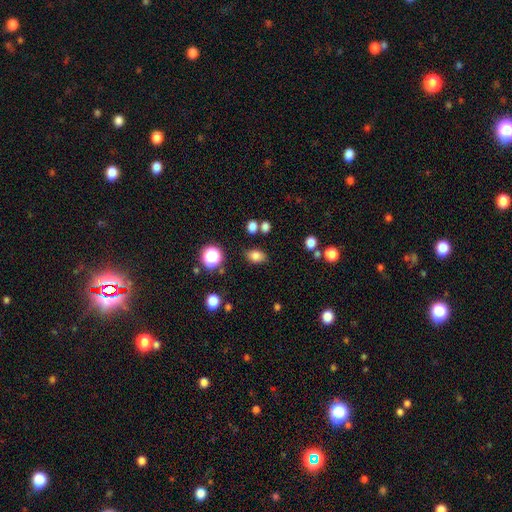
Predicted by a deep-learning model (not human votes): Smooth or featured? smooth (80%)
How rounded? in between (76%)
Merging? none (79%)